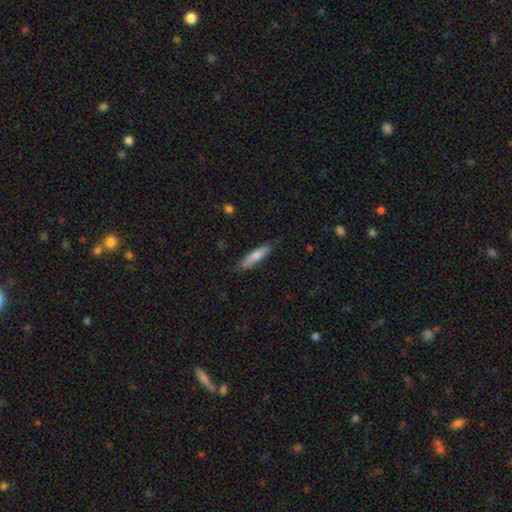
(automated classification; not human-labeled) smooth-or-featured: smooth: 75% | featured or disk: 20% | star or artifact: 6%
  how-rounded: cigar-shaped: 70% | in between: 28% | round: 2%
  merging: none: 81% | minor disturbance: 15% | major disturbance: 3% | merger: 1%